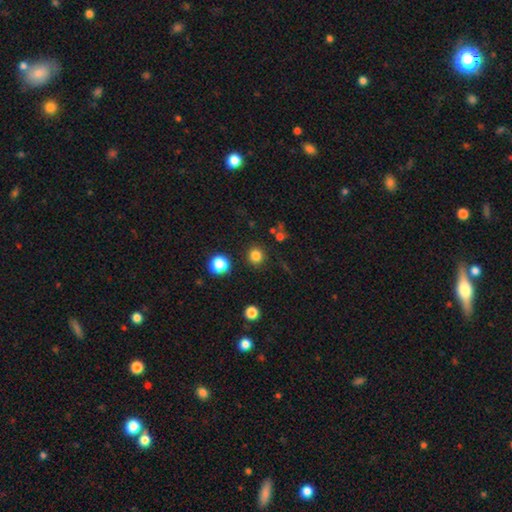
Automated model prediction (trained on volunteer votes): This appears to be a smooth galaxy with no disk features (81%) that is round (92%). Merging: none (90%).